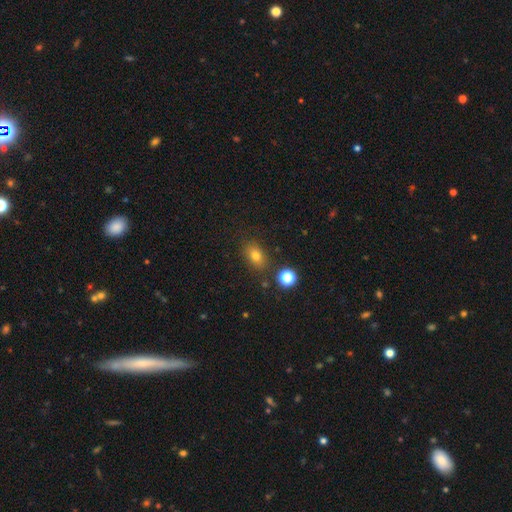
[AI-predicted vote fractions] Smooth or featured: smooth — 74% (star or artifact — 16%)
How rounded: in between — 71% (round — 27%)
Merging: none — 80% (minor disturbance — 12%)